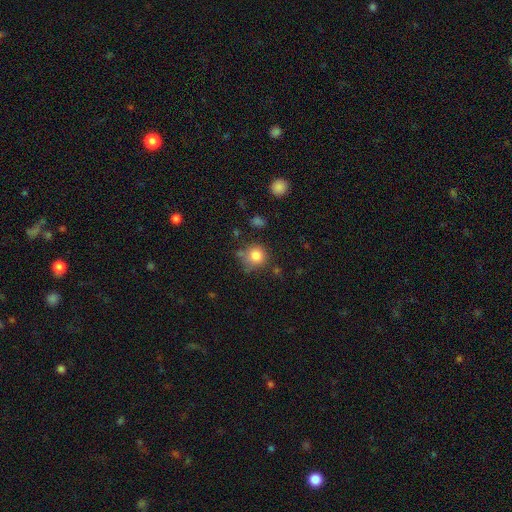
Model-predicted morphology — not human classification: smooth-or-featured: smooth: 82% | star or artifact: 11% | featured or disk: 7%
  how-rounded: round: 89% | in between: 10% | cigar-shaped: 1%
  merging: none: 68% | minor disturbance: 19% | merger: 7% | major disturbance: 6%